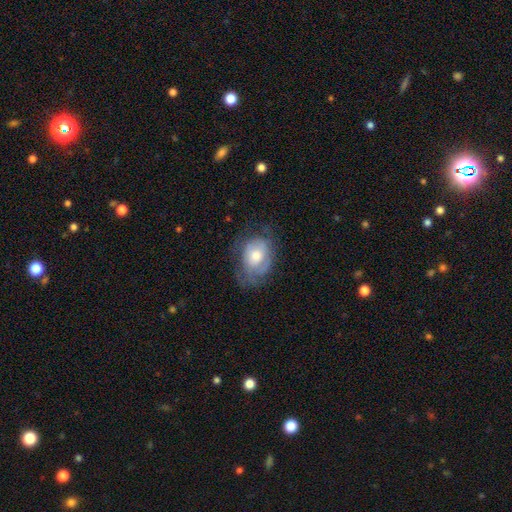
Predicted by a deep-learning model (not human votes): The model was most divided on "smooth or featured": featured or disk: 51%, smooth: 42%, star or artifact: 8%. More confident: edge-on disk — no (95%); merging — none (53%).